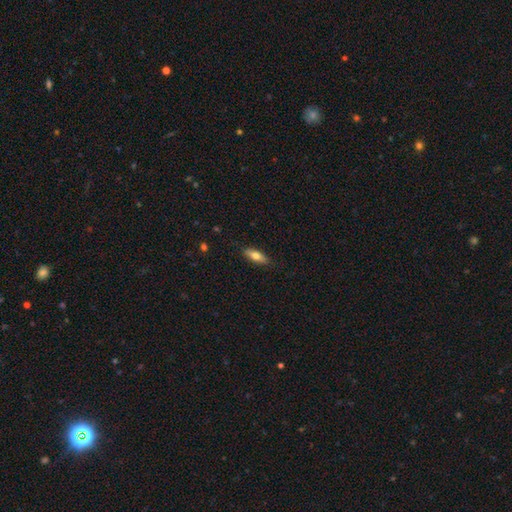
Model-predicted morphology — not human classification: Q: Smooth or featured?
A: smooth (65%); runner-up: featured or disk (29%)
Q: How rounded?
A: in between (59%); runner-up: cigar-shaped (39%)
Q: Merging?
A: none (86%); runner-up: minor disturbance (11%)